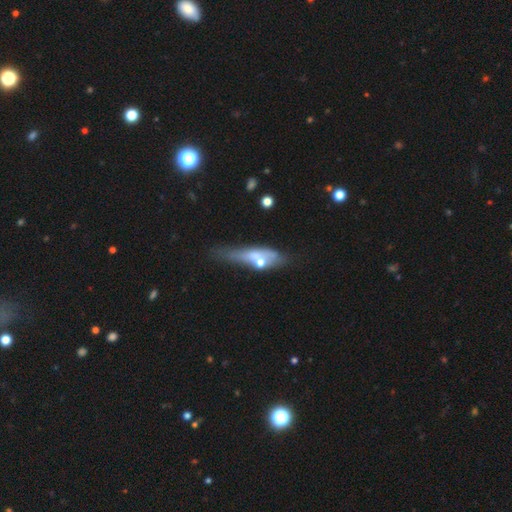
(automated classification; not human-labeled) Smooth or featured: featured or disk — 46% (smooth — 43%)
Merging: none — 34% (minor disturbance — 28%)